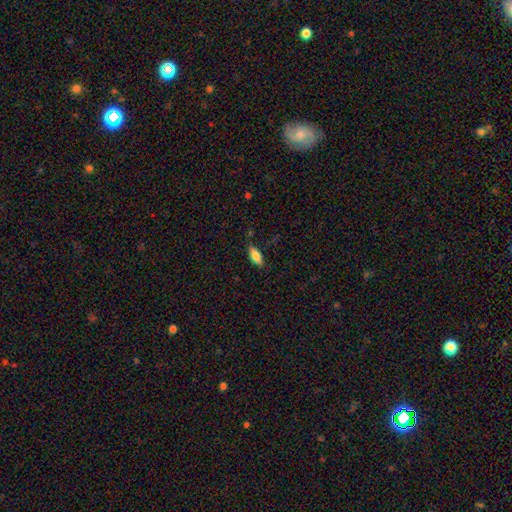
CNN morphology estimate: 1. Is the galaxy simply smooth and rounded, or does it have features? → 79% smooth, 14% featured or disk, 7% star or artifact.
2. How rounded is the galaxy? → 80% in between, 18% cigar-shaped, 2% round.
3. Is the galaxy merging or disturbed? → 81% none, 15% minor disturbance, 3% major disturbance, 2% merger.